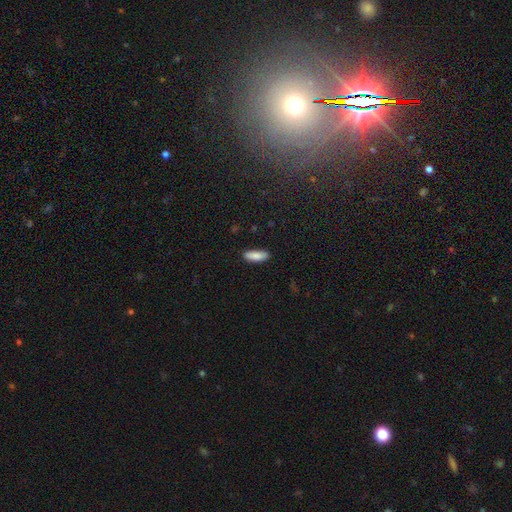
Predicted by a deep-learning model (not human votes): smooth-or-featured: smooth: 86% | featured or disk: 8% | star or artifact: 6%
  how-rounded: in between: 61% | cigar-shaped: 38% | round: 2%
  merging: none: 87% | minor disturbance: 10% | major disturbance: 2% | merger: 1%